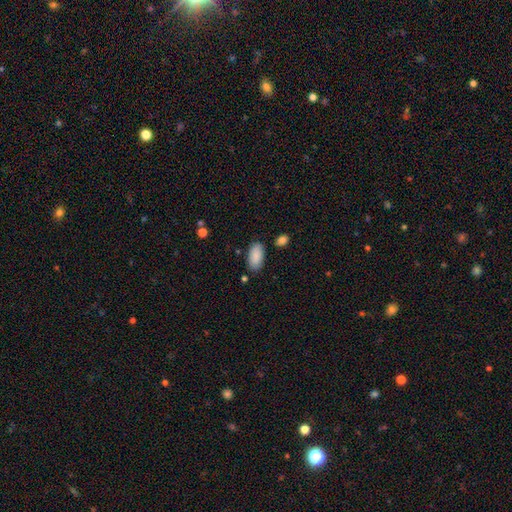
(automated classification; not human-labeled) The model was most divided on "merging": none: 81%, minor disturbance: 13%, merger: 4%, major disturbance: 3%. More confident: how rounded — in between (94%); smooth or featured — smooth (89%).